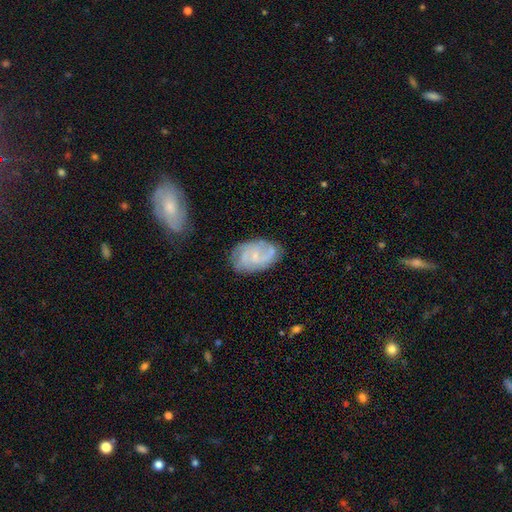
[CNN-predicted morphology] featured or disk 74%, smooth 19%, star or artifact 7%. Down the decision tree: edge-on disk — no (97%); bar — no (60%); spiral arms — yes (91%); spiral arm count — 2 (34%); spiral winding — medium (42%); bulge size — small (73%); merging — none (70%).